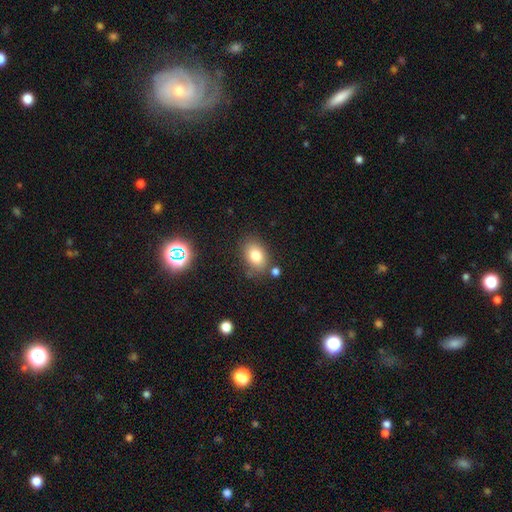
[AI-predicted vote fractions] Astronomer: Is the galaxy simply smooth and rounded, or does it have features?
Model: smooth — 80%.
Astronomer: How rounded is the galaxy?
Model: in between — 78%.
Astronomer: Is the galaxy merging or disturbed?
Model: none — 77%.